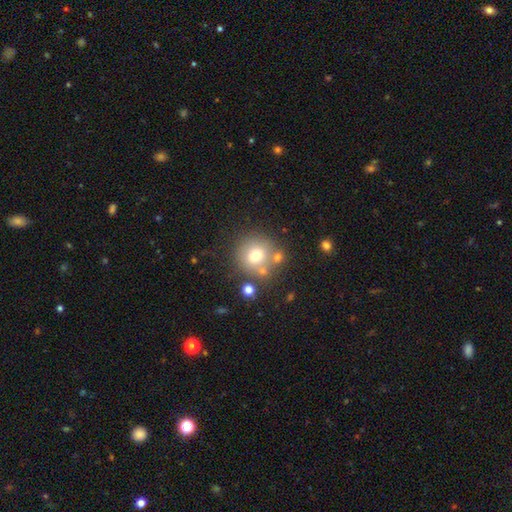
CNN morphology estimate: smooth-or-featured: smooth: 70% | featured or disk: 16% | star or artifact: 14%
  how-rounded: round: 92% | in between: 7% | cigar-shaped: 1%
  merging: none: 71% | merger: 12% | minor disturbance: 12% | major disturbance: 5%